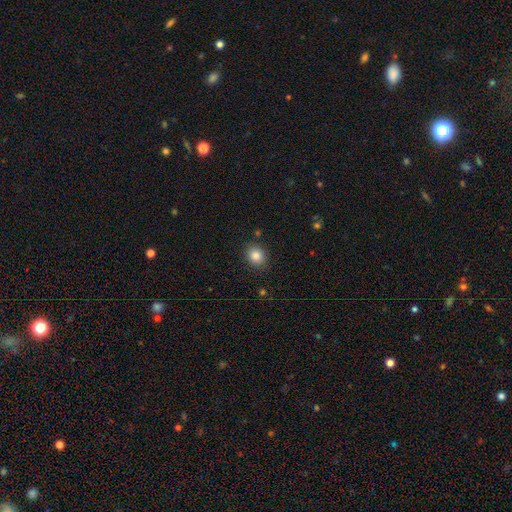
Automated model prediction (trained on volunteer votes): smooth 85%, star or artifact 10%, featured or disk 5%. Down the decision tree: how rounded — round (64%); merging — none (88%).